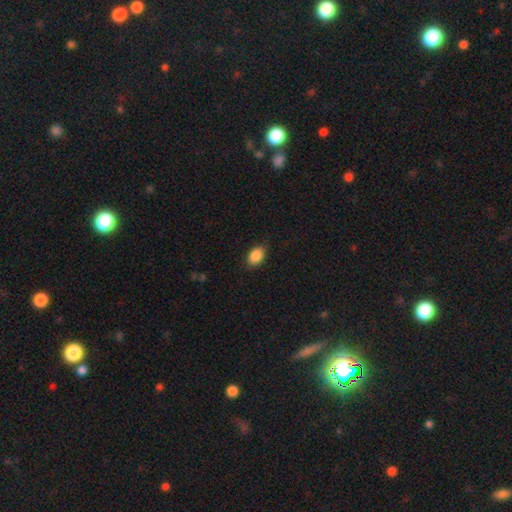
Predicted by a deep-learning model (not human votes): The model was most divided on "how rounded": in between: 83%, round: 16%, cigar-shaped: 1%. More confident: smooth or featured — smooth (88%); merging — none (83%).